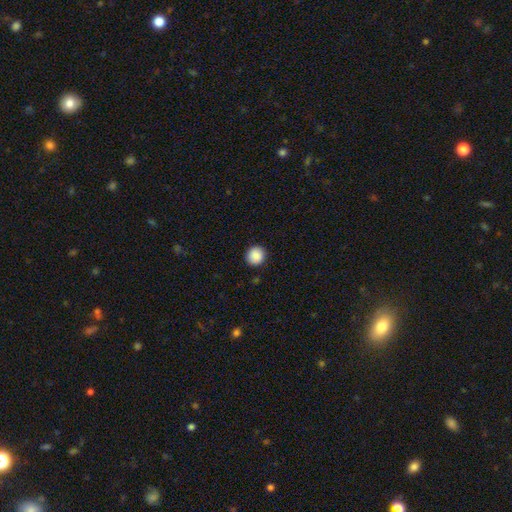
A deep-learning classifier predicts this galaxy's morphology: A smooth galaxy with no disk features (88%) that is round (91%).

Vote fractions:
- Smooth or featured? smooth: 88% / star or artifact: 8% / featured or disk: 4%
- How rounded? round: 91% / in between: 8% / cigar-shaped: 1%
- Merging? none: 89% / minor disturbance: 7% / major disturbance: 2% / merger: 1%